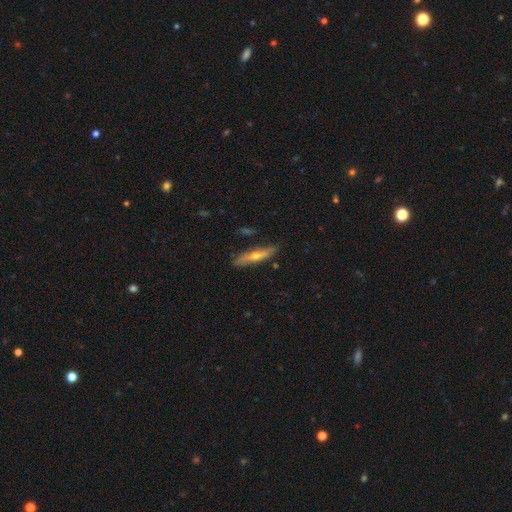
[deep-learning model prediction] Smooth or featured? featured or disk (55%)
Edge-on disk? yes (84%)
Merging? none (80%)